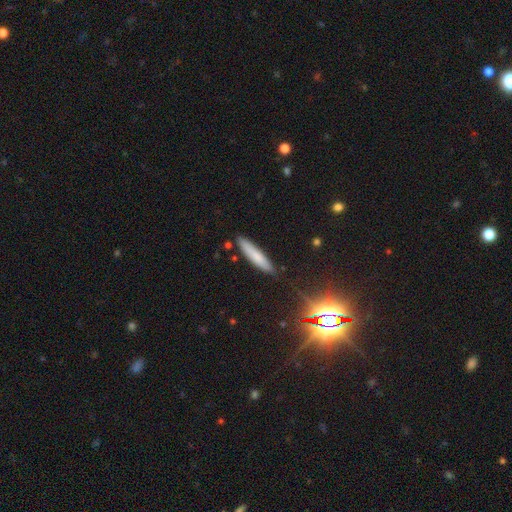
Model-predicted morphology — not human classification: Smooth or featured?
  - smooth: 75% *
  - featured or disk: 16%
  - star or artifact: 9%
How rounded?
  - cigar-shaped: 87% *
  - in between: 11%
  - round: 1%
Merging?
  - none: 87% *
  - minor disturbance: 9%
  - merger: 2%
  - major disturbance: 2%